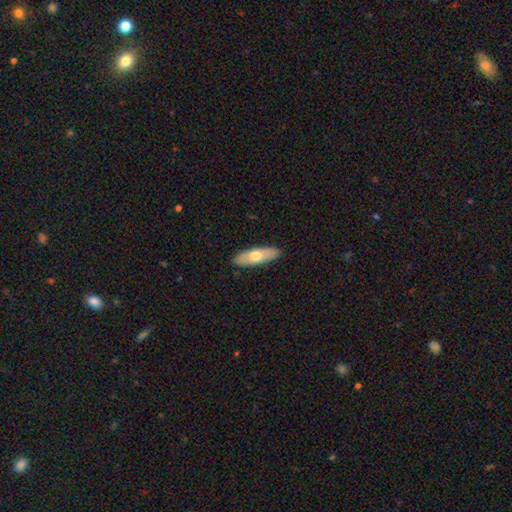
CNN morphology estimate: Smooth or featured? Predicted: smooth (p=0.61). How rounded? Predicted: in between (p=0.53). Merging? Predicted: none (p=0.90).